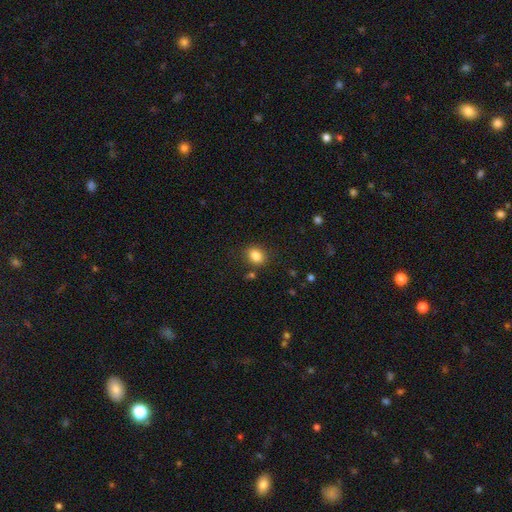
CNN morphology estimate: Smooth or featured: smooth — 84% (star or artifact — 10%)
How rounded: in between — 60% (round — 39%)
Merging: none — 81% (minor disturbance — 11%)